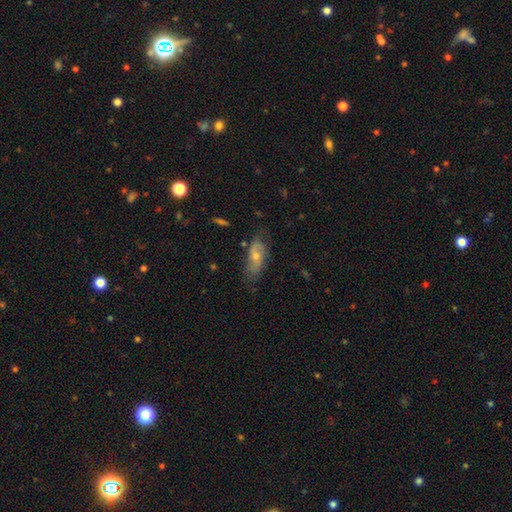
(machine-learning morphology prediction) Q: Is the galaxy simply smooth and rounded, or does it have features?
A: featured or disk — 59%.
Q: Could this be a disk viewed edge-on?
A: no — 85%.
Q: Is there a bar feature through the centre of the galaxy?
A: no — 61%.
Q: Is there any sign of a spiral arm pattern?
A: yes — 81%.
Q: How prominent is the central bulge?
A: small — 48%.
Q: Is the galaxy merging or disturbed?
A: none — 69%.